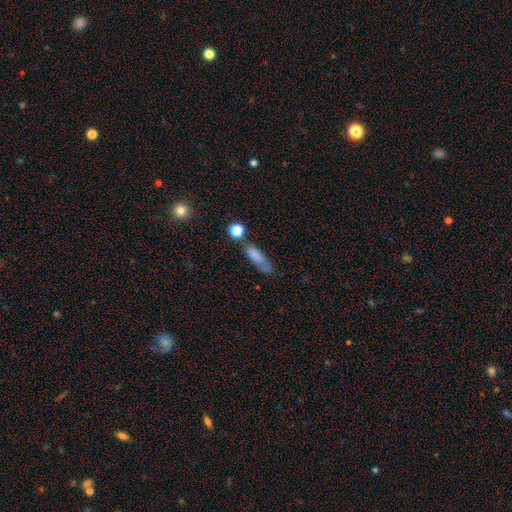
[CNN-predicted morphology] smooth 74%, featured or disk 14%, star or artifact 11%. Down the decision tree: how rounded — in between (48%); merging — none (53%).